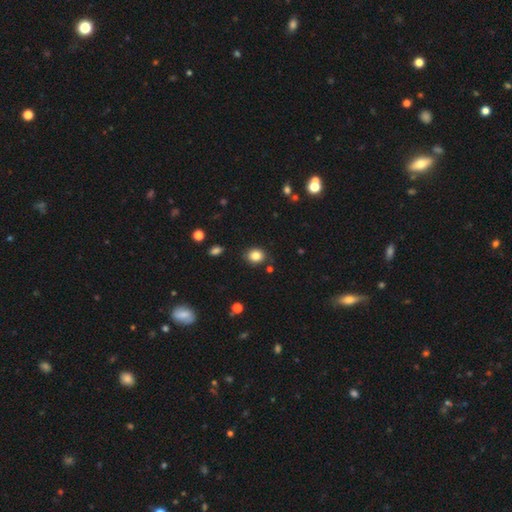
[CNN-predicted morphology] smooth 84%, star or artifact 11%, featured or disk 6%. Down the decision tree: how rounded — round (67%); merging — none (86%).